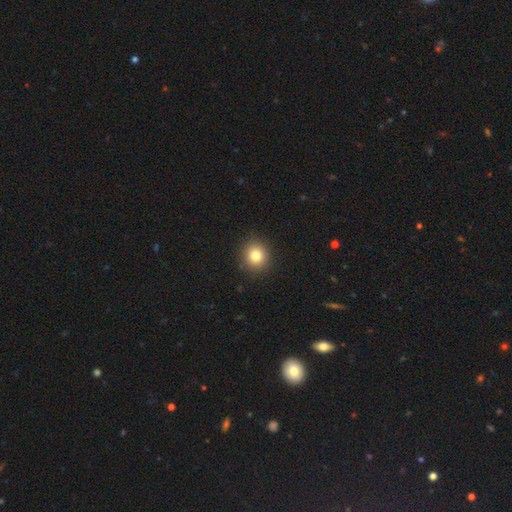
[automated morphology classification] The model was most divided on "smooth or featured": smooth: 81%, star or artifact: 12%, featured or disk: 7%. More confident: merging — none (91%); how rounded — round (89%).